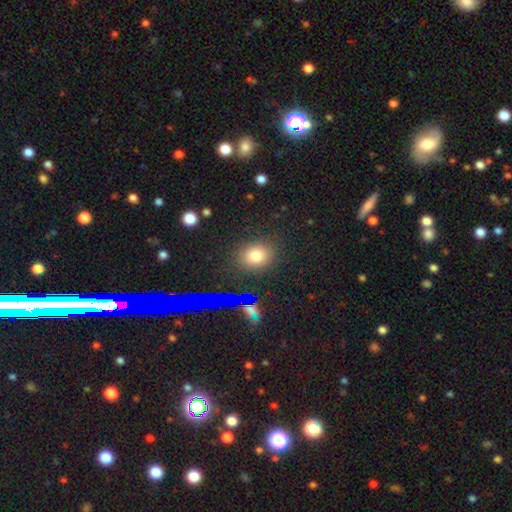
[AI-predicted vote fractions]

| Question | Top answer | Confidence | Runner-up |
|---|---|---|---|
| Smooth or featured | smooth | 75% | star or artifact (16%) |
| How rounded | round | 59% | in between (39%) |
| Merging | none | 86% | minor disturbance (8%) |